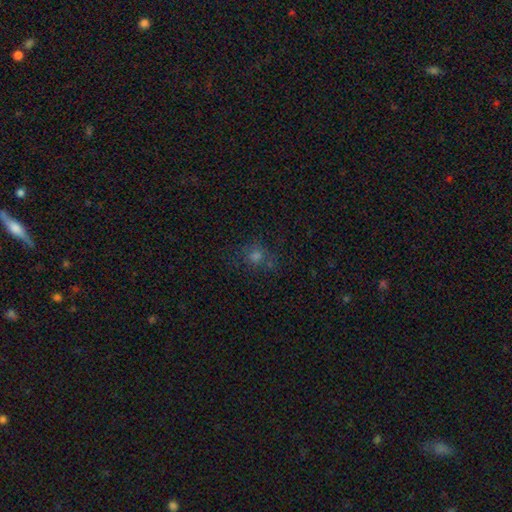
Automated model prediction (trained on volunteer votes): This appears to be a smooth galaxy with no disk features (56%) that is round (84%). Merging: none (69%).